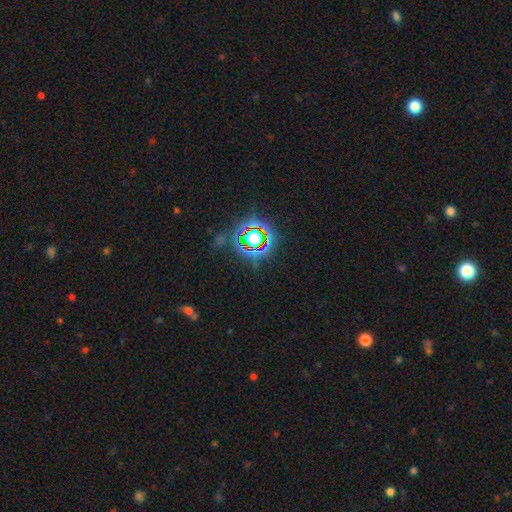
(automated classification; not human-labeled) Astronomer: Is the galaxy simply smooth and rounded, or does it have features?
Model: star or artifact — 80%.